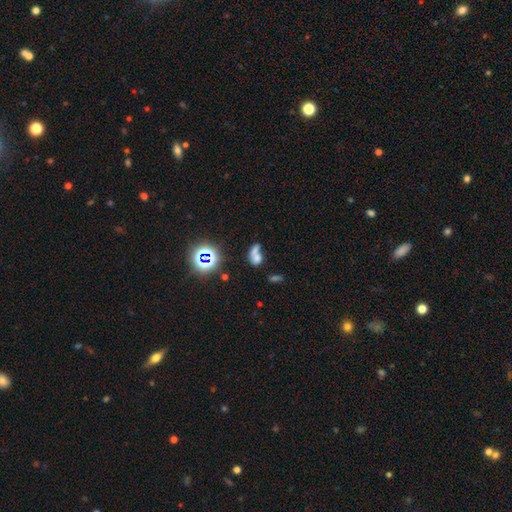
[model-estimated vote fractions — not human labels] Morphology: type=smooth (57%); roundness=in between (66%); merging=merger (53%).